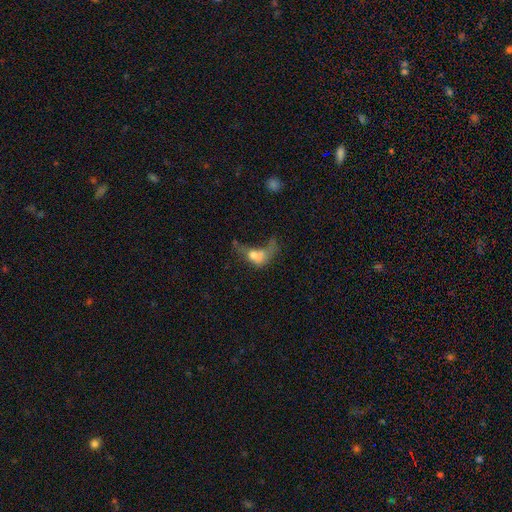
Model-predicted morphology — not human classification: The model was most divided on "smooth or featured": smooth: 53%, featured or disk: 34%, star or artifact: 13%. Remaining: how rounded — in between (71%); merging — major disturbance (48%).